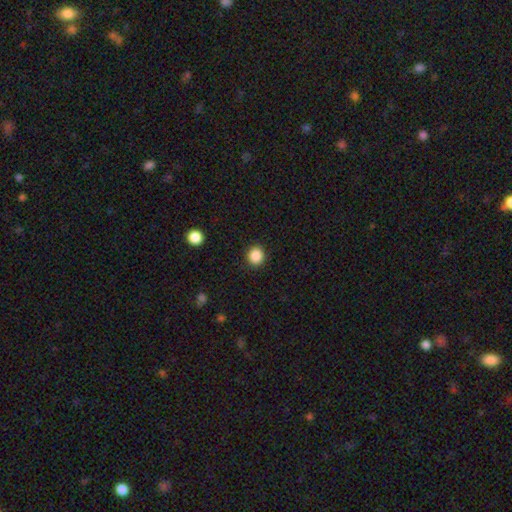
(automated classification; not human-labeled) Q: Smooth or featured?
A: smooth (87%); runner-up: star or artifact (10%)
Q: How rounded?
A: round (88%); runner-up: in between (11%)
Q: Merging?
A: none (91%); runner-up: minor disturbance (6%)